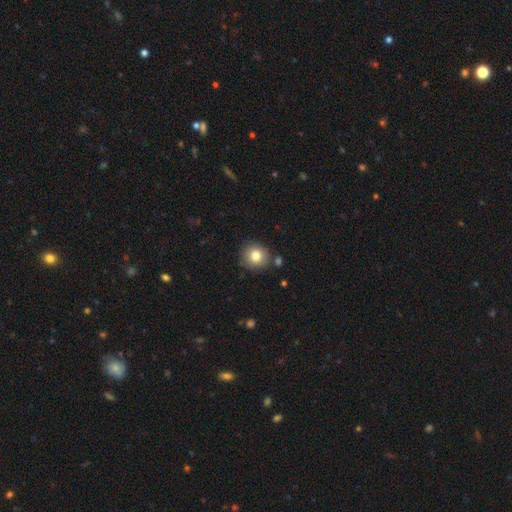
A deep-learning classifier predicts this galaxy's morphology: type=smooth (81%); roundness=round (89%); merging=none (82%).